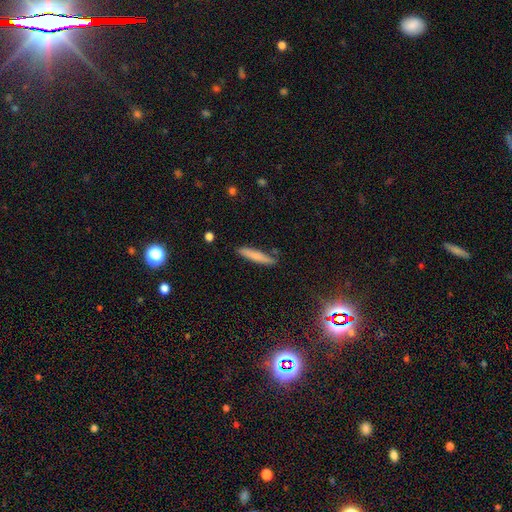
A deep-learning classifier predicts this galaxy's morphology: This is likely a smooth galaxy (74%). How rounded: clearly cigar-shaped (91%). Merging: clearly none (83%).